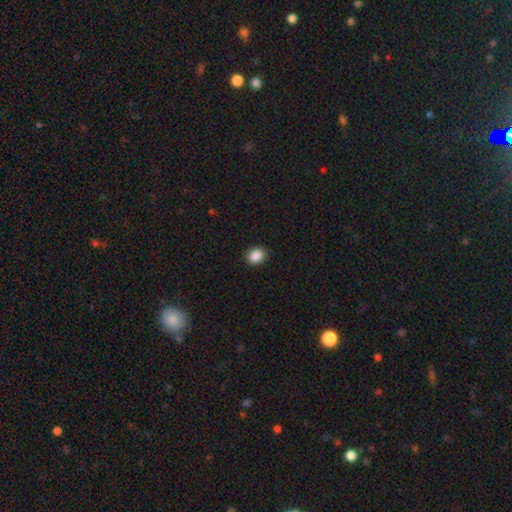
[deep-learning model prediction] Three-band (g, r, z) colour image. It shows a smooth galaxy with no disk features (89%) that is round (51%). Merging: none (90%).